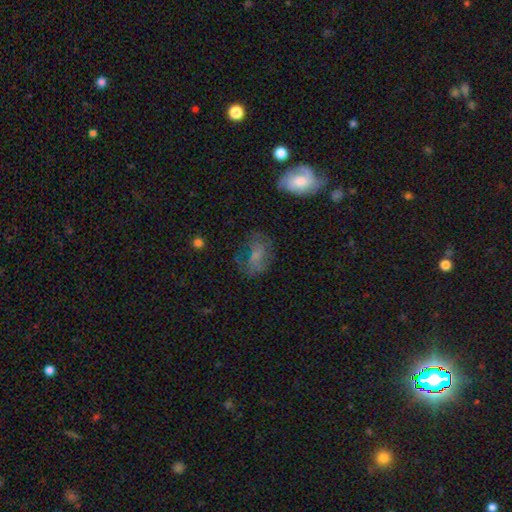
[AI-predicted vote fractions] This appears to be a smooth galaxy with no disk features (48%). Merging: none (51%).